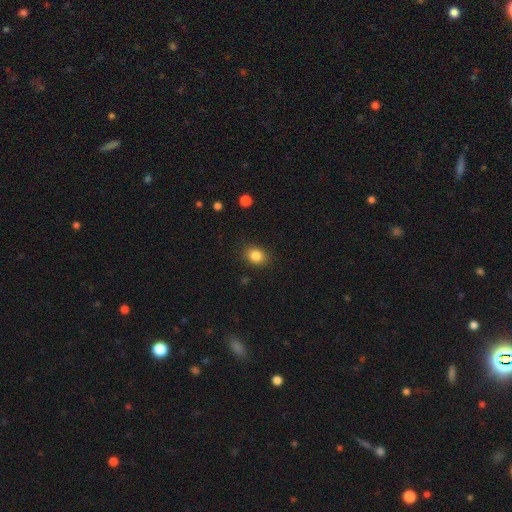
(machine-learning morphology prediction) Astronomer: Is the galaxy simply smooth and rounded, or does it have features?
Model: smooth — 84%.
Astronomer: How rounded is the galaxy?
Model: in between — 51% (runner-up: round, 48%).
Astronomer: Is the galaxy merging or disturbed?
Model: none — 86%.